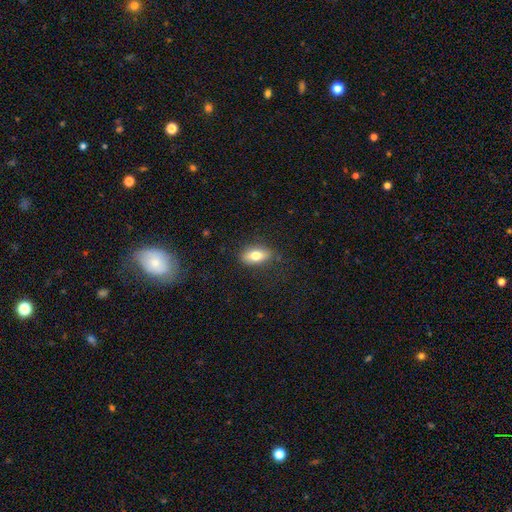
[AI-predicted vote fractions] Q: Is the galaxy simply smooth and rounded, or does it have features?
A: smooth — 73%.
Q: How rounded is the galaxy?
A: in between — 85%.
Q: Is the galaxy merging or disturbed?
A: none — 81%.